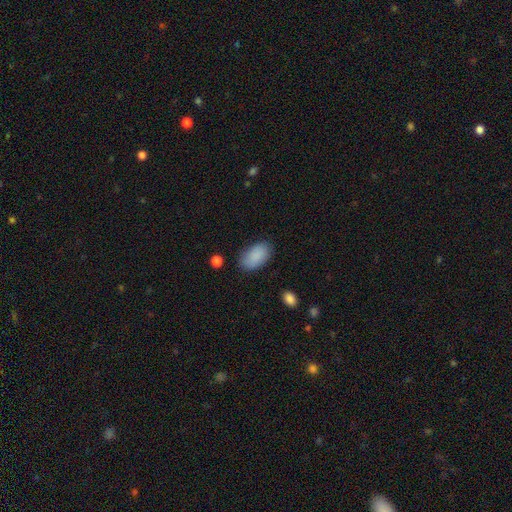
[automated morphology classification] Smooth or featured? smooth (88%)
How rounded? in between (94%)
Merging? none (80%)